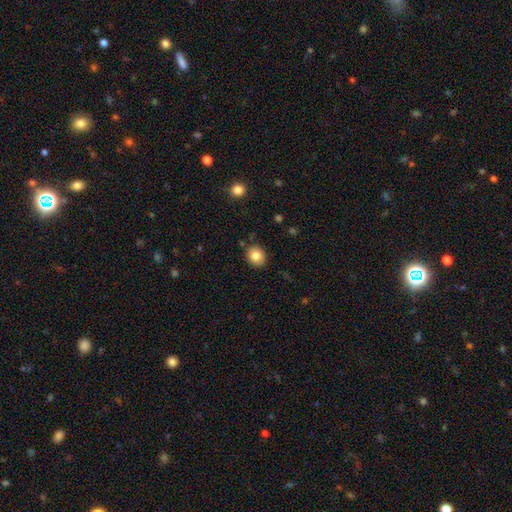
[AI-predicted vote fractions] Morphology: type=smooth (82%); roundness=round (72%); merging=none (87%).